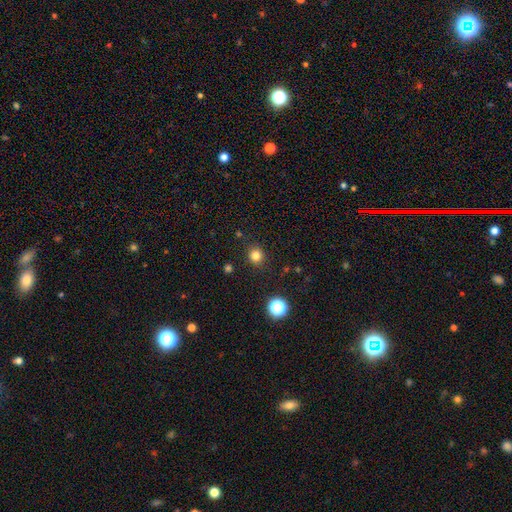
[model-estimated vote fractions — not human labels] This appears to be a smooth galaxy with no disk features (81%) that is round (88%). Merging: none (89%).